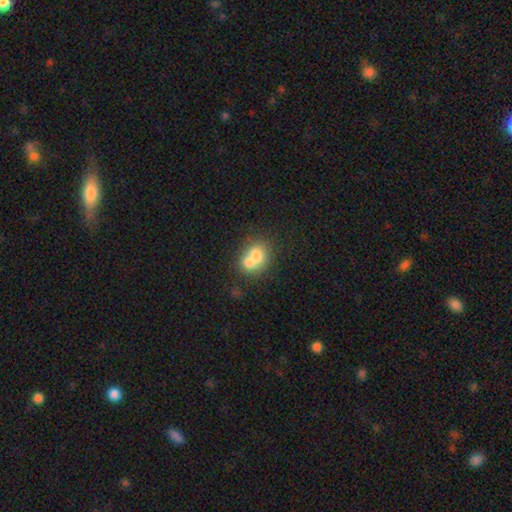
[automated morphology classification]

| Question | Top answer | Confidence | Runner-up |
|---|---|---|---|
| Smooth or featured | smooth | 69% | featured or disk (21%) |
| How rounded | round | 57% | in between (42%) |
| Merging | merger | 63% | none (26%) |